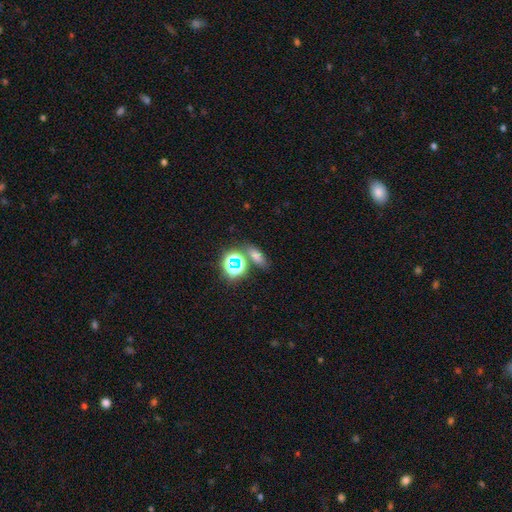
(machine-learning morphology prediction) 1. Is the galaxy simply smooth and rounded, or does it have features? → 55% smooth, 33% star or artifact, 12% featured or disk.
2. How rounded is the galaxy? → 66% in between, 23% round, 11% cigar-shaped.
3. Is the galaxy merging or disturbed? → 67% none, 17% merger, 11% minor disturbance, 5% major disturbance.